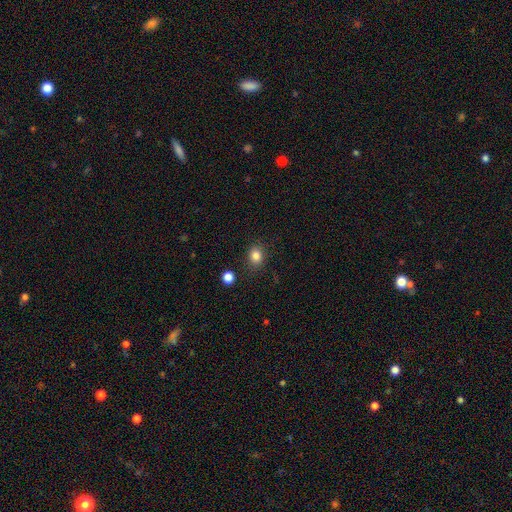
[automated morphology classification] Q: Smooth or featured?
A: smooth (83%); runner-up: star or artifact (12%)
Q: How rounded?
A: round (60%); runner-up: in between (39%)
Q: Merging?
A: none (85%); runner-up: minor disturbance (10%)